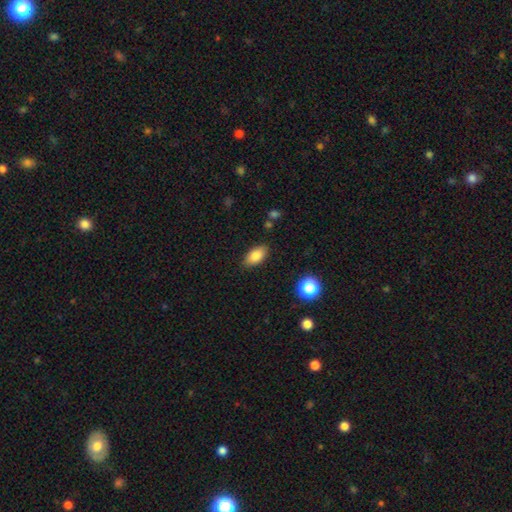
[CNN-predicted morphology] The model was most divided on "merging": none: 85%, minor disturbance: 11%, major disturbance: 3%, merger: 1%. More confident: how rounded — in between (91%); smooth or featured — smooth (86%).